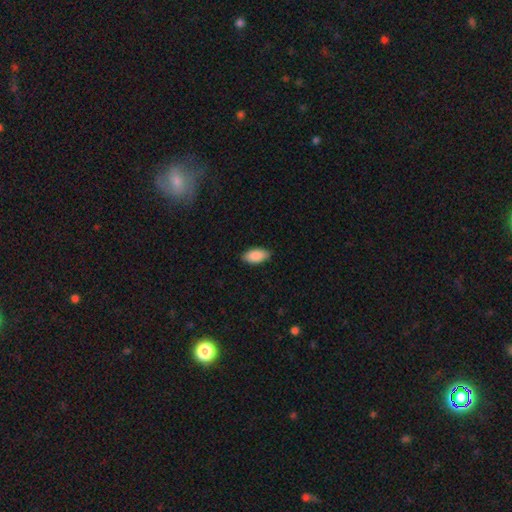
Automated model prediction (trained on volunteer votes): The model was most divided on "merging": none: 88%, minor disturbance: 9%, major disturbance: 2%, merger: 1%. More confident: how rounded — in between (94%); smooth or featured — smooth (89%).